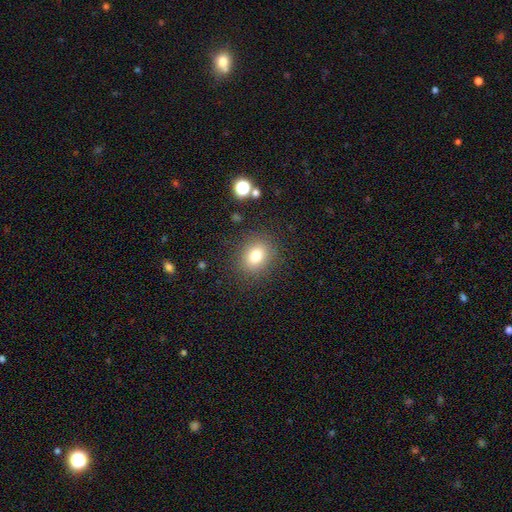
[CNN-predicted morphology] smooth_or_featured: smooth (p=0.77) [alt: star or artifact p=0.13]
how_rounded: round (p=0.63) [alt: in between p=0.36]
merging: none (p=0.87) [alt: minor disturbance p=0.08]